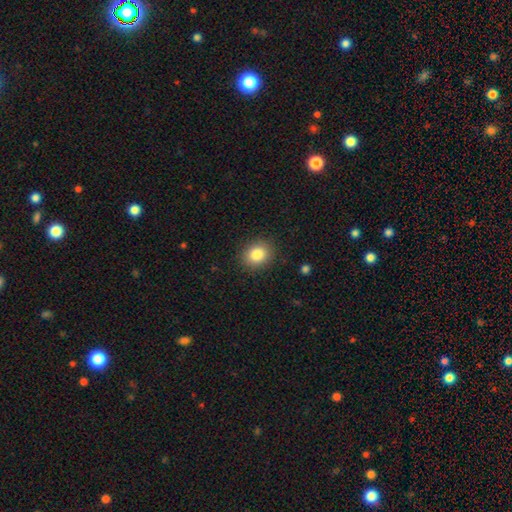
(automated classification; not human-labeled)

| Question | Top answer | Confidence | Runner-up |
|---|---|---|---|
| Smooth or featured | smooth | 84% | star or artifact (10%) |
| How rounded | round | 62% | in between (37%) |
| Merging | none | 89% | minor disturbance (8%) |